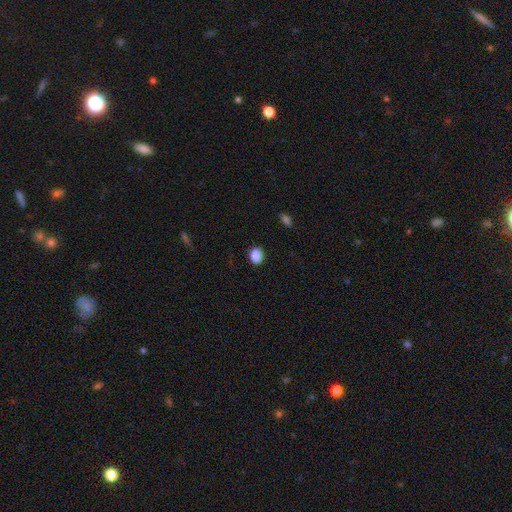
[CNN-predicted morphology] smooth-or-featured: smooth: 88% | star or artifact: 9% | featured or disk: 3%
  how-rounded: in between: 50% | round: 49% | cigar-shaped: 1%
  merging: none: 89% | minor disturbance: 8% | major disturbance: 2% | merger: 1%